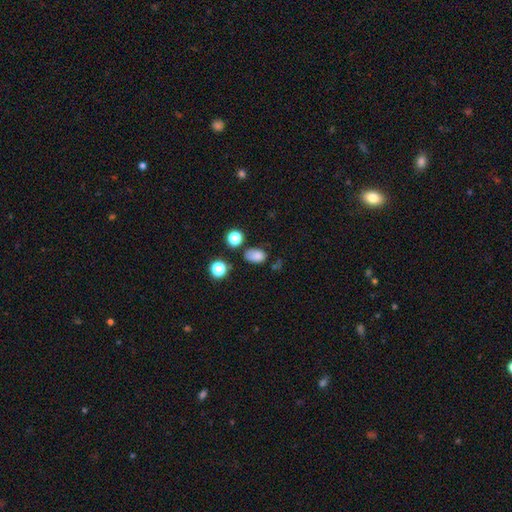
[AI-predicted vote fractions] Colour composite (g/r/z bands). It shows a smooth galaxy with no disk features (80%) that is in between round and cigar-shaped (82%). Merging: none (62%).